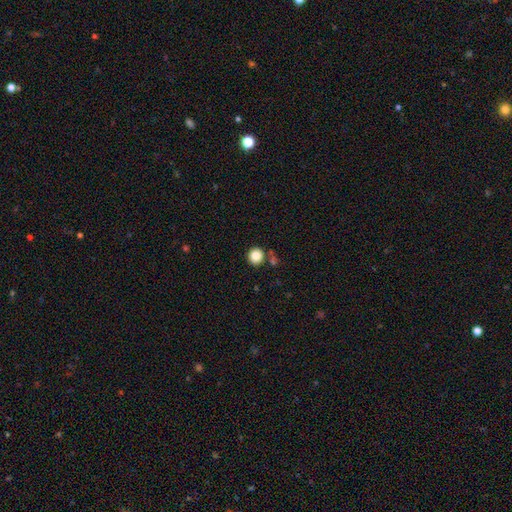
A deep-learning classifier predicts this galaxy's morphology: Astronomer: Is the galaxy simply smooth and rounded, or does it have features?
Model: smooth — 85%.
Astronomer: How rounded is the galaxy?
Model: round — 93%.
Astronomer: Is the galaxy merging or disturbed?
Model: none — 80%.